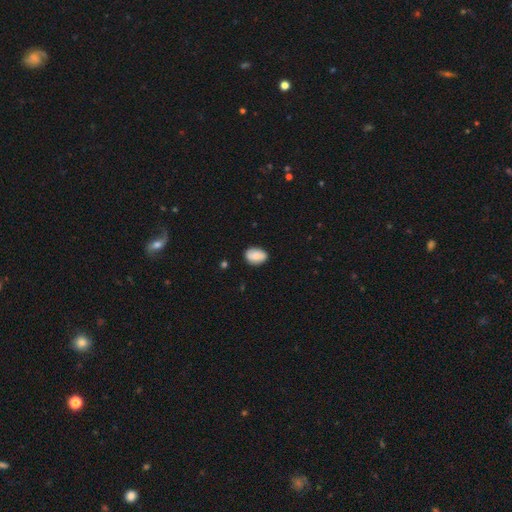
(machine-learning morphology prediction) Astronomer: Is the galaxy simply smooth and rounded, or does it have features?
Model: smooth — 84%.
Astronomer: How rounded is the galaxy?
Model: in between — 81%.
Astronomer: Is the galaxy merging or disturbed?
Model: none — 83%.